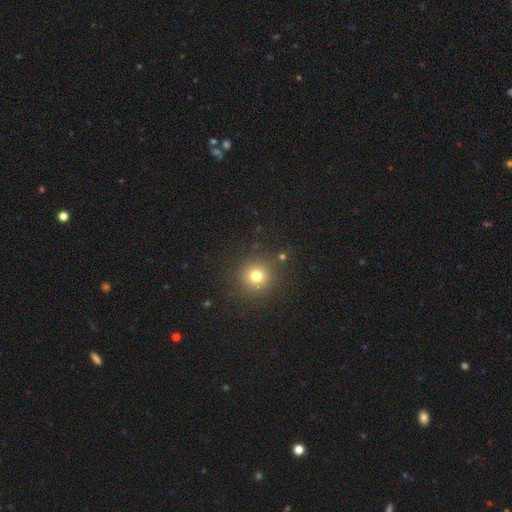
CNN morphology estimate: type=smooth (57%); roundness=round (94%); merging=none (89%).